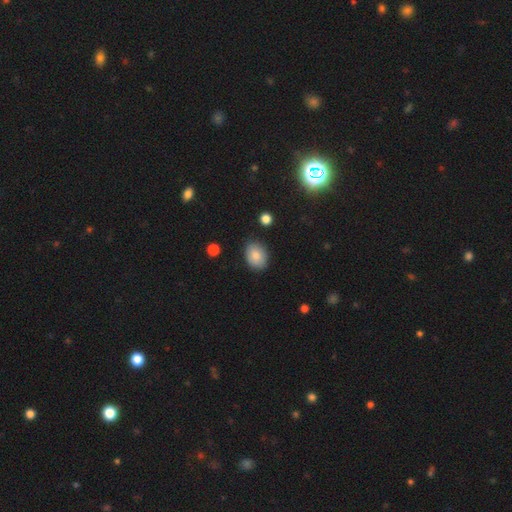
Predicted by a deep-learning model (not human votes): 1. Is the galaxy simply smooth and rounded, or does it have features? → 84% smooth, 9% featured or disk, 8% star or artifact.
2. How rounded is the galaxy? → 69% in between, 30% round, 1% cigar-shaped.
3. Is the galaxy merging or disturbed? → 82% none, 14% minor disturbance, 3% major disturbance, 2% merger.